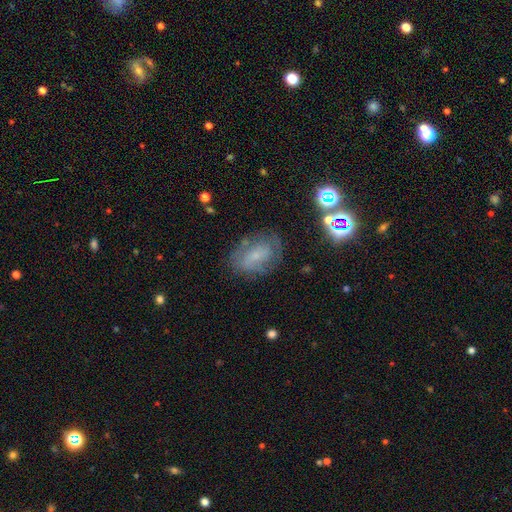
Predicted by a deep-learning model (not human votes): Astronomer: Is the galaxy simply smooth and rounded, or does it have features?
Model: featured or disk — 48% (runner-up: smooth, 38%).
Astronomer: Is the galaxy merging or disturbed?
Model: none — 67%.